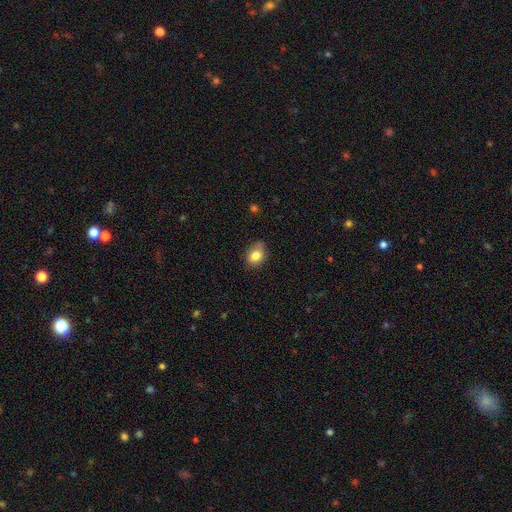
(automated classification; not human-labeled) smooth_or_featured: smooth (p=0.82) [alt: star or artifact p=0.09]
how_rounded: in between (p=0.61) [alt: round p=0.38]
merging: none (p=0.69) [alt: minor disturbance p=0.25]